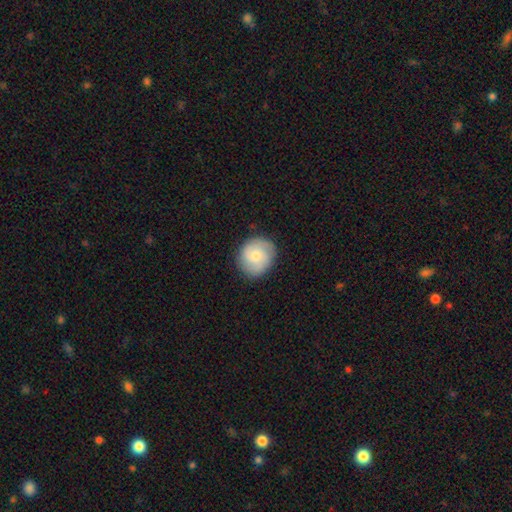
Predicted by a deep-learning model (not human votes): The model was most divided on "smooth or featured": smooth: 51%, featured or disk: 42%, star or artifact: 7%. More confident: how rounded — round (86%); merging — none (84%).